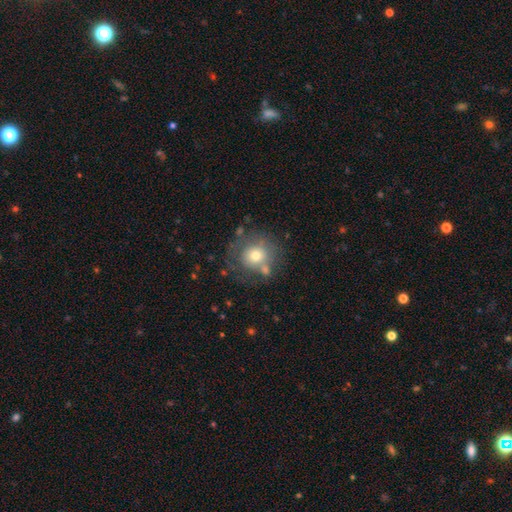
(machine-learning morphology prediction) Smooth or featured: smooth — 64% (featured or disk — 26%)
How rounded: round — 88% (in between — 11%)
Merging: none — 63% (minor disturbance — 17%)